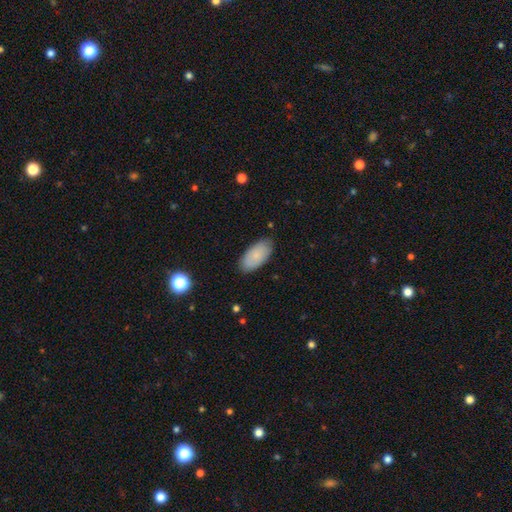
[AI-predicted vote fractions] Smooth or featured?
  - smooth: 81% *
  - featured or disk: 13%
  - star or artifact: 6%
How rounded?
  - in between: 95% *
  - cigar-shaped: 3%
  - round: 2%
Merging?
  - none: 82% *
  - minor disturbance: 15%
  - major disturbance: 3%
  - merger: 1%